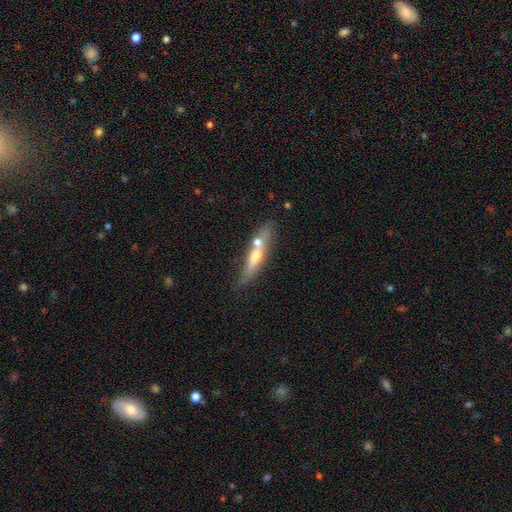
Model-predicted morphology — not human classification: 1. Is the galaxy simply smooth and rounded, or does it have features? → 50% featured or disk, 43% smooth, 7% star or artifact.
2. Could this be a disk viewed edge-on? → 81% yes, 19% no.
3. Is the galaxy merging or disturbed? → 58% none, 22% merger, 15% minor disturbance, 5% major disturbance.